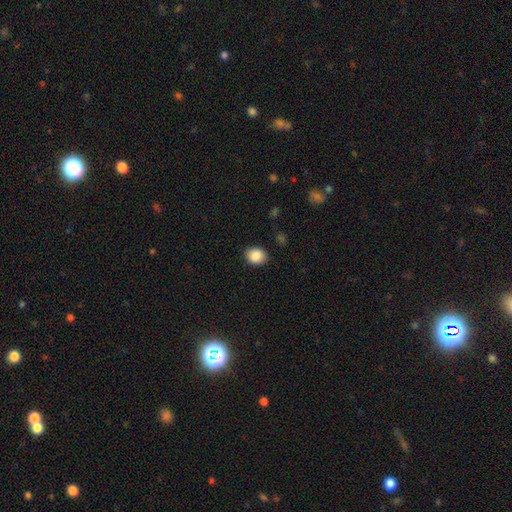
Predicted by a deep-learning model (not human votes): The model was most divided on "how rounded": round: 51%, in between: 49%, cigar-shaped: 1%. More confident: smooth or featured — smooth (88%); merging — none (87%).